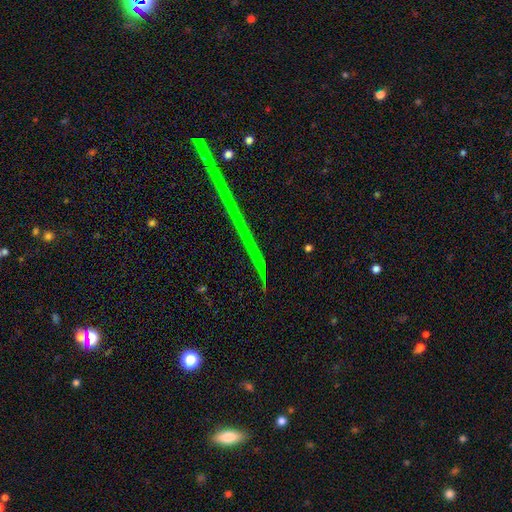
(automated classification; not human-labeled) smooth-or-featured: star or artifact: 81% | featured or disk: 12% | smooth: 7%